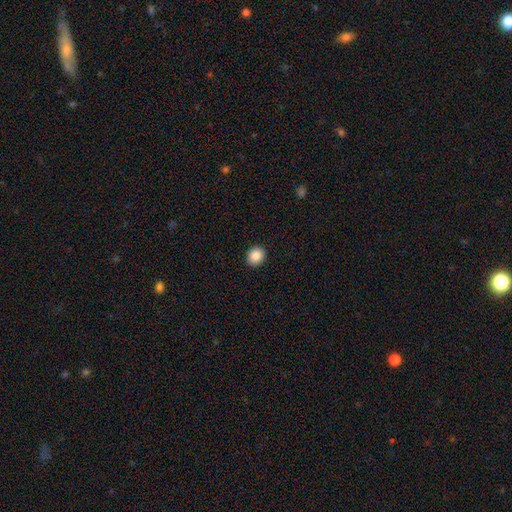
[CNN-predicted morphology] A smooth galaxy with no disk features (87%) that is round (77%).

Vote fractions:
- Smooth or featured? smooth: 87% / star or artifact: 9% / featured or disk: 4%
- How rounded? round: 77% / in between: 22% / cigar-shaped: 1%
- Merging? none: 92% / minor disturbance: 5% / major disturbance: 2% / merger: 1%